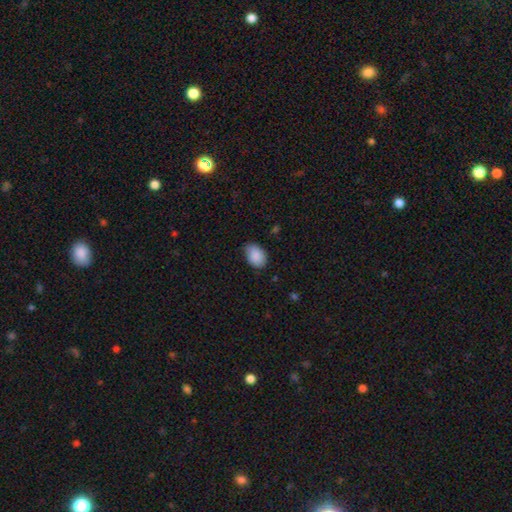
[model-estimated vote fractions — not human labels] This is clearly a smooth galaxy (89%). How rounded: clearly in between (82%). Merging: likely none (74%).